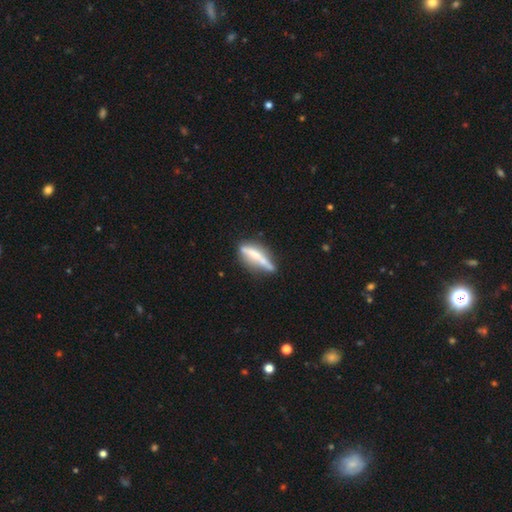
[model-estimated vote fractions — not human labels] This appears to be a featured or disk galaxy (53%) viewed edge-on (79%). Merging: none (59%).